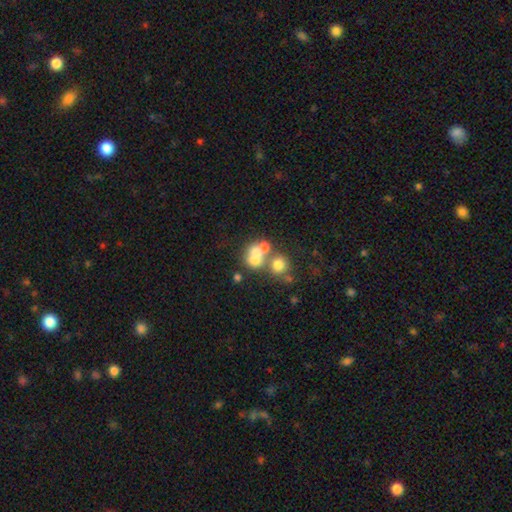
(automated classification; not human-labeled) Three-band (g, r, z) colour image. It shows a smooth galaxy with no disk features (56%) that is round (69%). Merging: merger (53%).